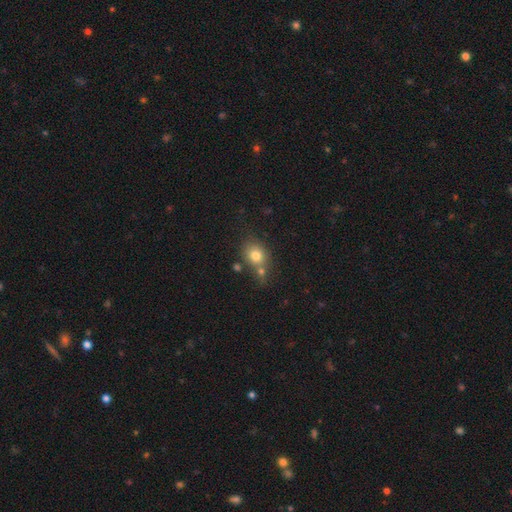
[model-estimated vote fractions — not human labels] A smooth galaxy with no disk features (76%) that is round (58%).

Vote fractions:
- Smooth or featured? smooth: 76% / featured or disk: 12% / star or artifact: 11%
- How rounded? round: 58% / in between: 41% / cigar-shaped: 1%
- Merging? none: 50% / merger: 31% / minor disturbance: 14% / major disturbance: 5%